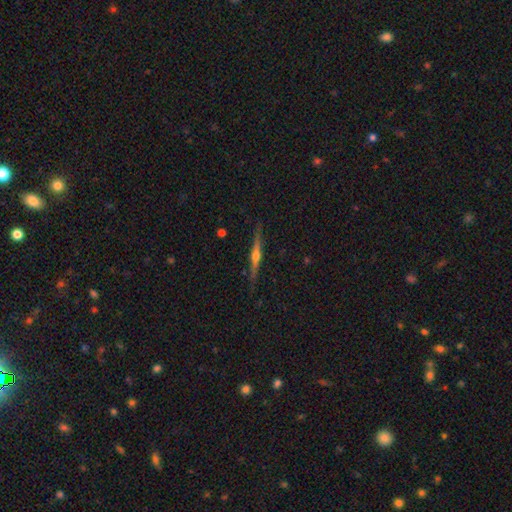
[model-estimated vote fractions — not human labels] A featured or disk galaxy (77%) viewed edge-on (98%) with a rounded central bulge (89%).

Vote fractions:
- Smooth or featured? featured or disk: 77% / smooth: 17% / star or artifact: 7%
- Edge-on disk? yes: 98% / no: 2%
- Edge-on bulge? rounded: 89% / boxy: 5% / none: 5%
- Merging? none: 88% / minor disturbance: 9% / major disturbance: 2% / merger: 1%